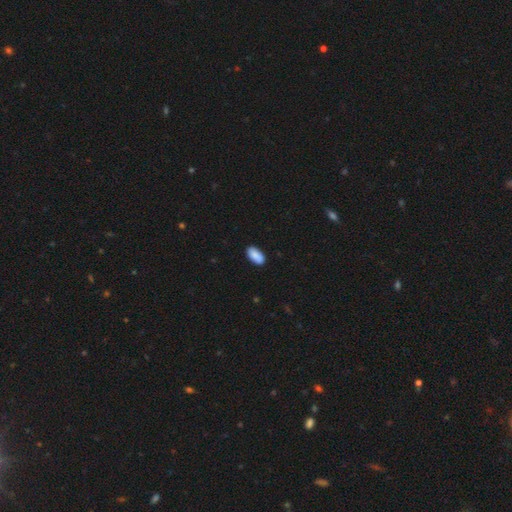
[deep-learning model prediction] Smooth or featured? smooth (88%)
How rounded? in between (94%)
Merging? none (86%)